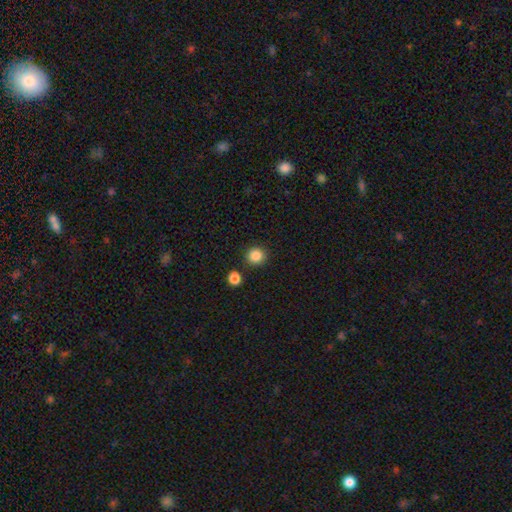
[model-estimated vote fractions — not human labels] smooth-or-featured: smooth: 86% | star or artifact: 10% | featured or disk: 4%
  how-rounded: round: 91% | in between: 8% | cigar-shaped: 1%
  merging: none: 87% | minor disturbance: 6% | merger: 5% | major disturbance: 2%